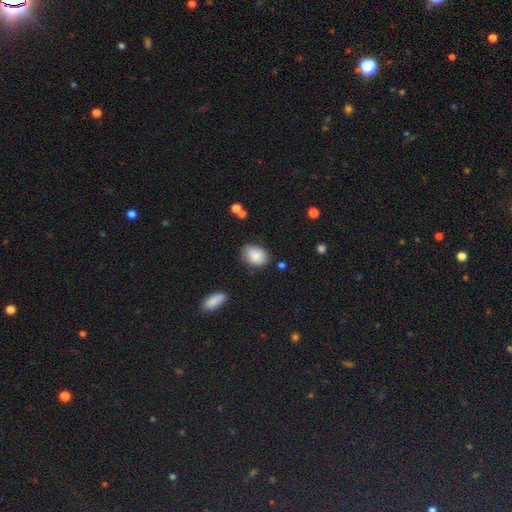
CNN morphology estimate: A smooth galaxy with no disk features (85%) that is in between round and cigar-shaped (78%).

Vote fractions:
- Smooth or featured? smooth: 85% / featured or disk: 8% / star or artifact: 8%
- How rounded? in between: 78% / round: 21% / cigar-shaped: 1%
- Merging? none: 71% / minor disturbance: 22% / major disturbance: 4% / merger: 3%